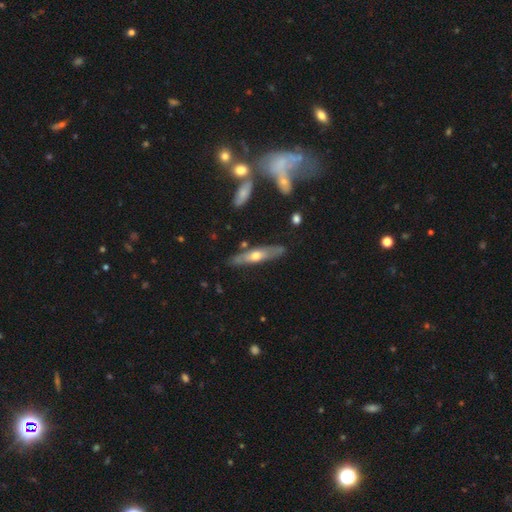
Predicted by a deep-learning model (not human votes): Overall: featured or disk (53%; smooth 42%). Edge-on disk: yes (72%). Merging: none (80%).